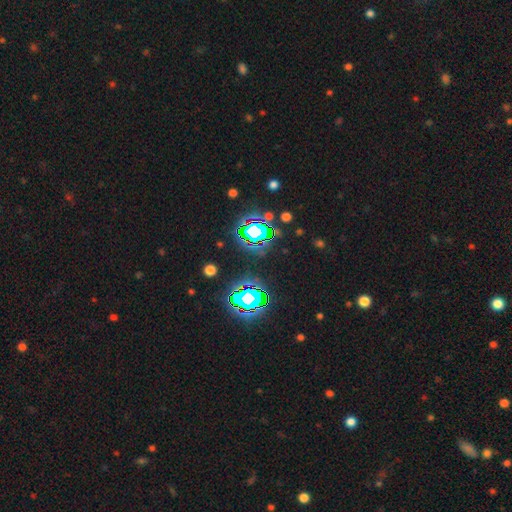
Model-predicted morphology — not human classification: This appears to be a star or artifact, not a galaxy (83%).